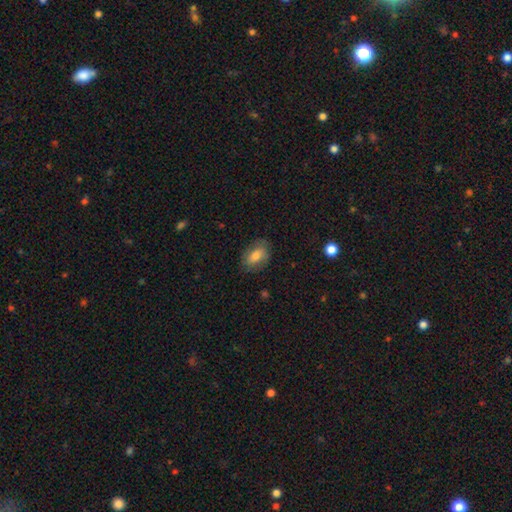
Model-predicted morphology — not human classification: smooth_or_featured: smooth (p=0.72) [alt: featured or disk p=0.20]
how_rounded: in between (p=0.85) [alt: round p=0.12]
merging: none (p=0.77) [alt: minor disturbance p=0.17]